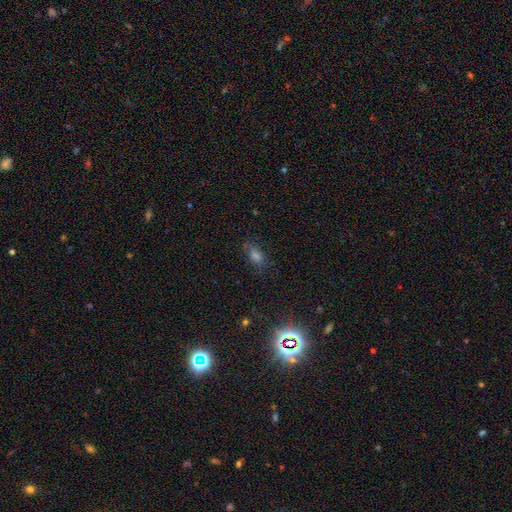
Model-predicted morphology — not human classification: A smooth galaxy with no disk features (48%). Merging: none (74%).